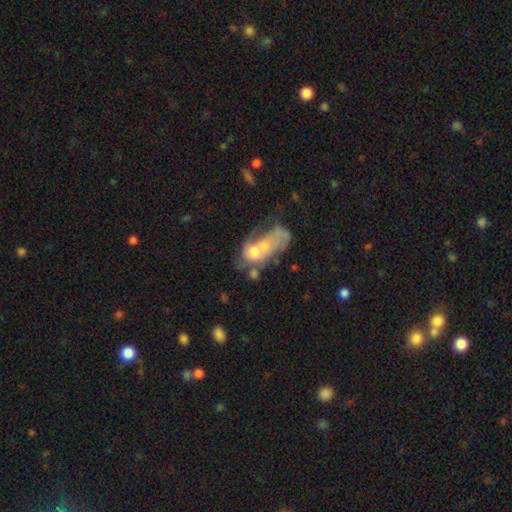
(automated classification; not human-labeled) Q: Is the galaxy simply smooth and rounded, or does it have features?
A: smooth — 46%.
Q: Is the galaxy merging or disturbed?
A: merger — 39%.